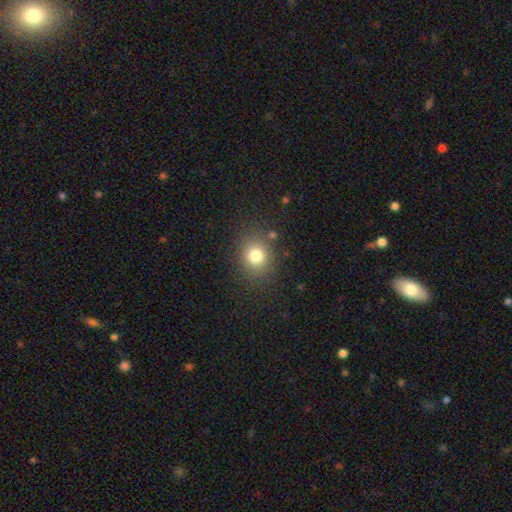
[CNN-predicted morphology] This is likely a smooth galaxy (78%). How rounded: likely round (75%). Merging: clearly none (84%).